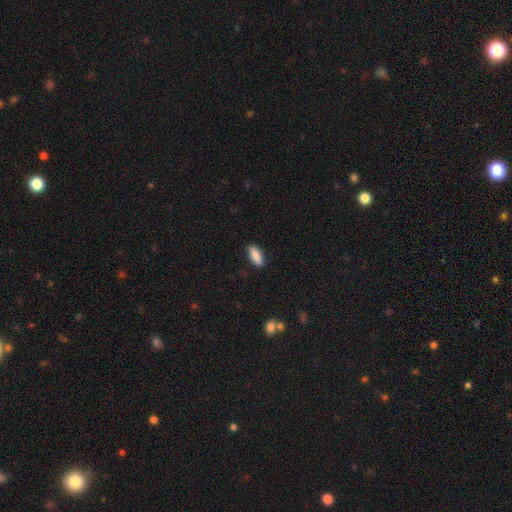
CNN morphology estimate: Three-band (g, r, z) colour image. It shows a smooth galaxy with no disk features (89%) that is in between round and cigar-shaped (76%). Merging: none (87%).